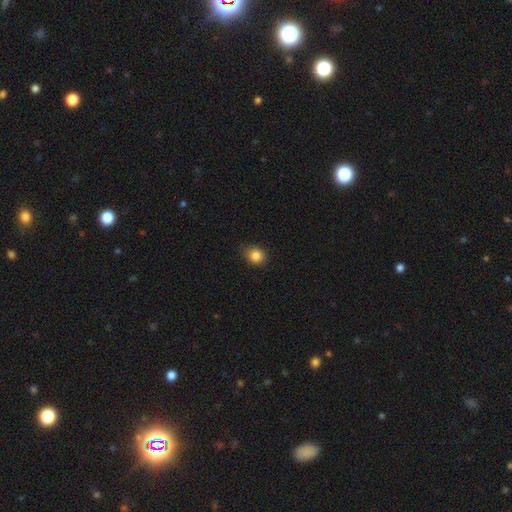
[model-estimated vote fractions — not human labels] Overall: smooth (84%). How rounded: round (68%; in between 31%). Merging: none (73%).